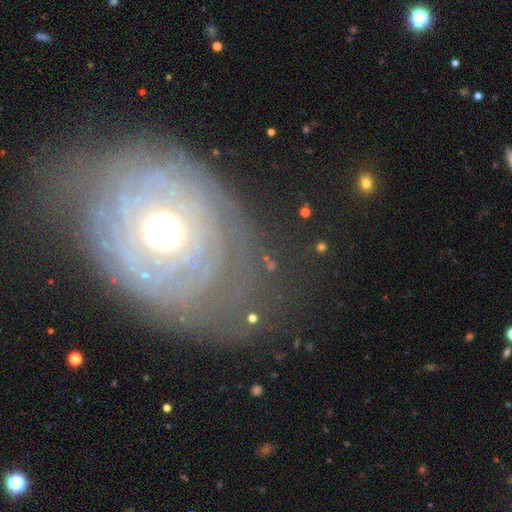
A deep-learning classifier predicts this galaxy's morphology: Smooth or featured?
  - featured or disk: 78% *
  - smooth: 14%
  - star or artifact: 8%
Edge-on disk?
  - no: 95% *
  - yes: 5%
Bar?
  - no: 80% *
  - weak: 14%
  - strong: 6%
Spiral arms?
  - yes: 68% *
  - no: 32%
Spiral winding?
  - tight: 78% *
  - medium: 15%
  - loose: 7%
Spiral arm count?
  - can't tell: 54% *
  - 2: 13%
  - 3: 9%
  - more than 4: 9%
  - 4: 8%
  - 1: 7%
Bulge size?
  - moderate: 69% *
  - large: 22%
  - small: 7%
  - dominant: 2%
  - none: 1%
Merging?
  - none: 67% *
  - minor disturbance: 18%
  - major disturbance: 12%
  - merger: 3%